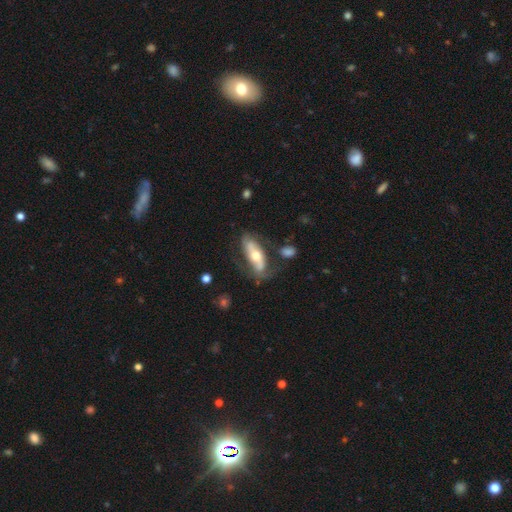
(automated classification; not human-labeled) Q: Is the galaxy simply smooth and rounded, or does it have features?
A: featured or disk — 57%.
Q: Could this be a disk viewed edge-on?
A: no — 71%.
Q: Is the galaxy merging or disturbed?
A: none — 58%.